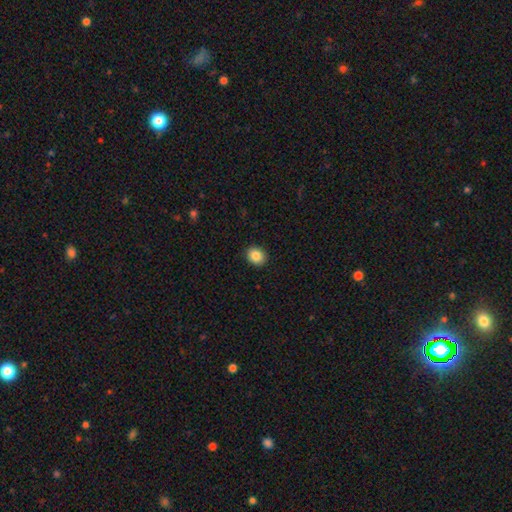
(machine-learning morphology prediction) Smooth or featured? smooth (86%)
How rounded? round (65%)
Merging? none (91%)